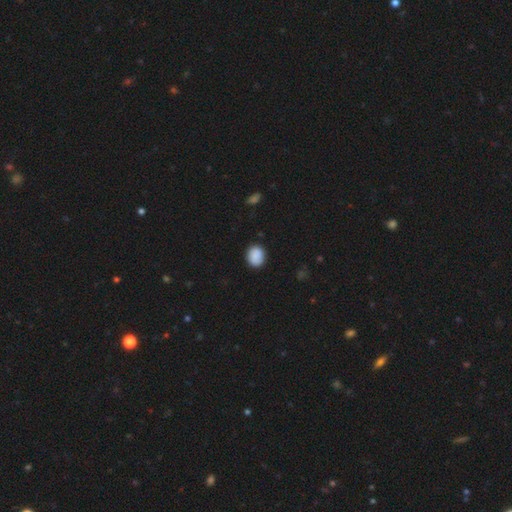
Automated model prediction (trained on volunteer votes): Morphology: type=smooth (88%); roundness=round (55%); merging=none (86%).